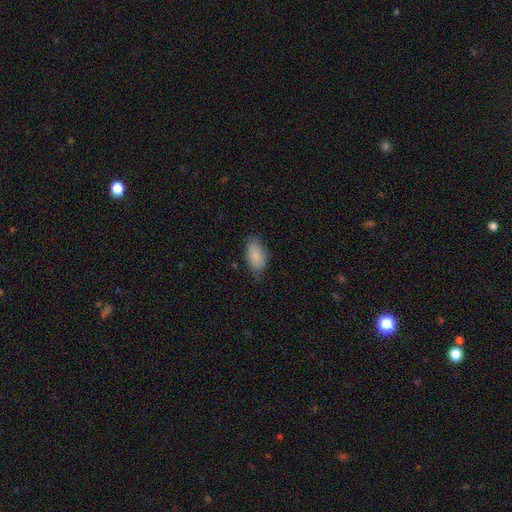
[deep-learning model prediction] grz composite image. It shows a smooth galaxy with no disk features (85%) that is in between round and cigar-shaped (93%). Merging: none (72%).